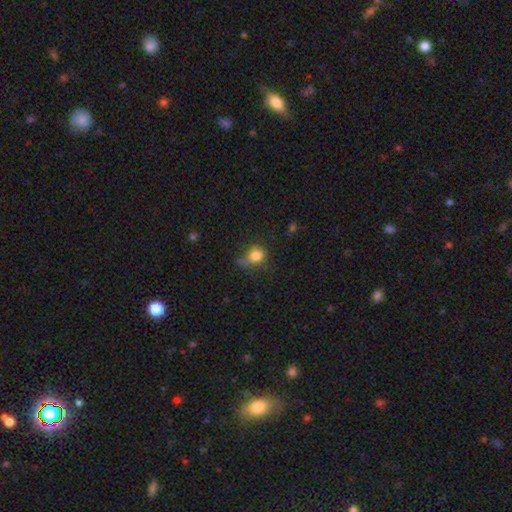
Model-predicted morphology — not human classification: smooth_or_featured: smooth (p=0.80) [alt: star or artifact p=0.11]
how_rounded: round (p=0.74) [alt: in between p=0.25]
merging: none (p=0.46) [alt: minor disturbance p=0.31]